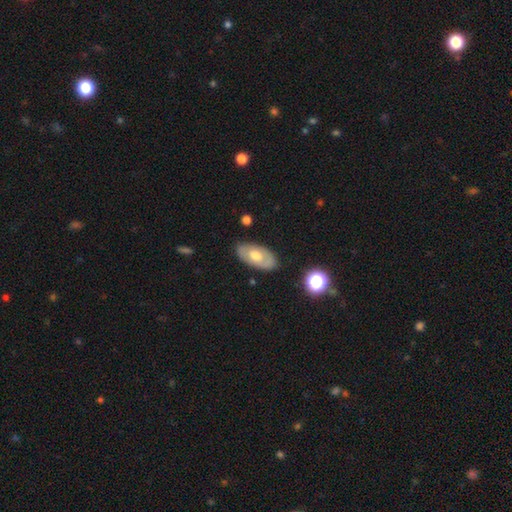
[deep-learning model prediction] Q: Smooth or featured?
A: smooth (50%); runner-up: featured or disk (44%)
Q: How rounded?
A: in between (92%); runner-up: round (5%)
Q: Merging?
A: none (83%); runner-up: minor disturbance (13%)